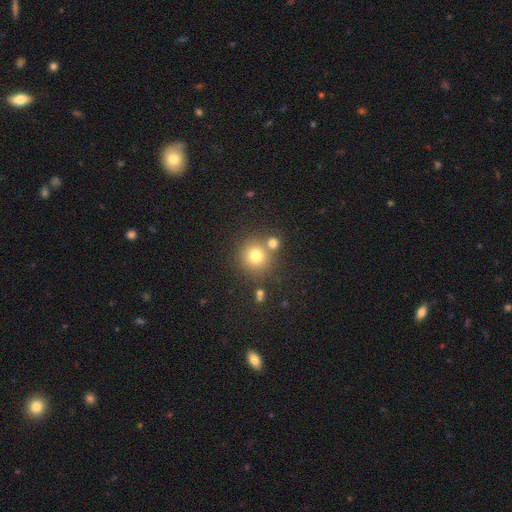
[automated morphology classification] Q: Smooth or featured?
A: smooth (75%); runner-up: star or artifact (15%)
Q: How rounded?
A: round (91%); runner-up: in between (8%)
Q: Merging?
A: none (68%); runner-up: merger (20%)